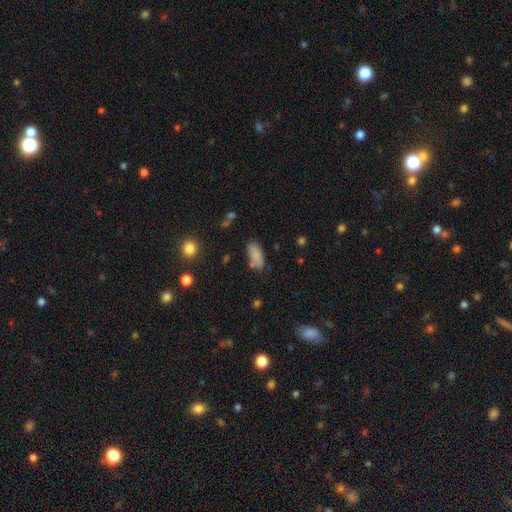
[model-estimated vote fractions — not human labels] This appears to be a smooth galaxy with no disk features (83%) that is in between round and cigar-shaped (84%). Merging: none (67%).